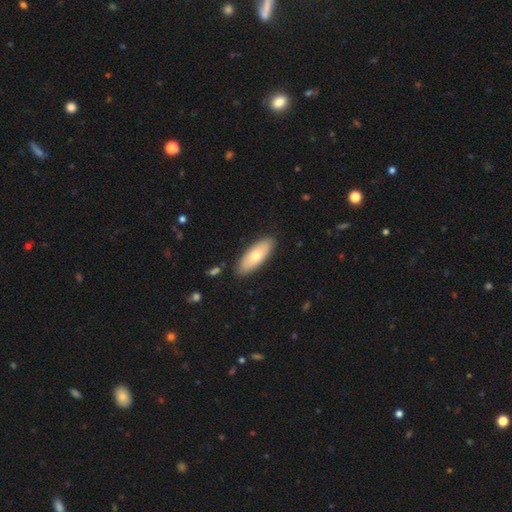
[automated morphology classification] Q: Smooth or featured?
A: smooth (70%); runner-up: featured or disk (25%)
Q: How rounded?
A: in between (73%); runner-up: cigar-shaped (25%)
Q: Merging?
A: none (88%); runner-up: minor disturbance (9%)